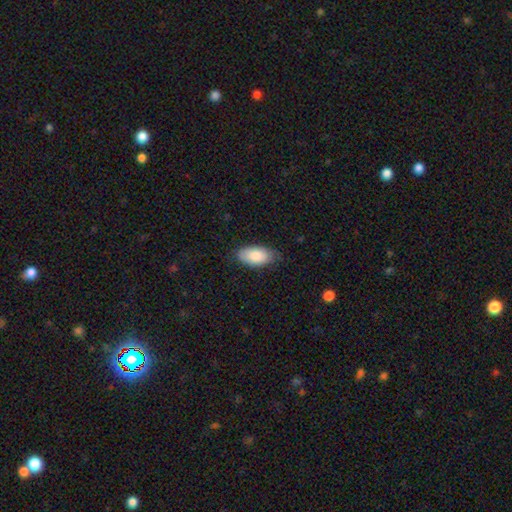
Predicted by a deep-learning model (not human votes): This is clearly a smooth galaxy (85%). How rounded: clearly in between (94%). Merging: likely none (74%).